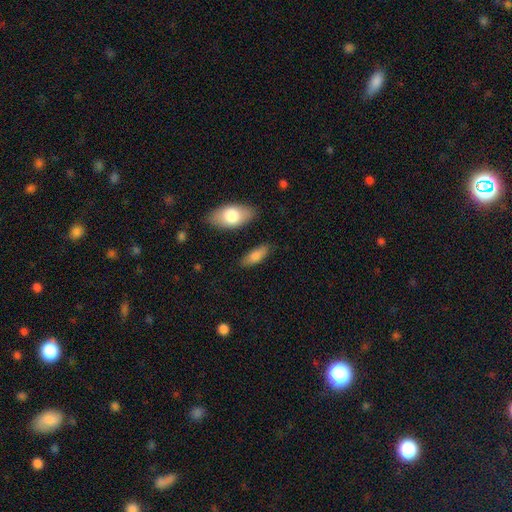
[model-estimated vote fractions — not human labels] This appears to be a smooth galaxy with no disk features (80%) that is in between round and cigar-shaped (74%). Merging: none (80%).